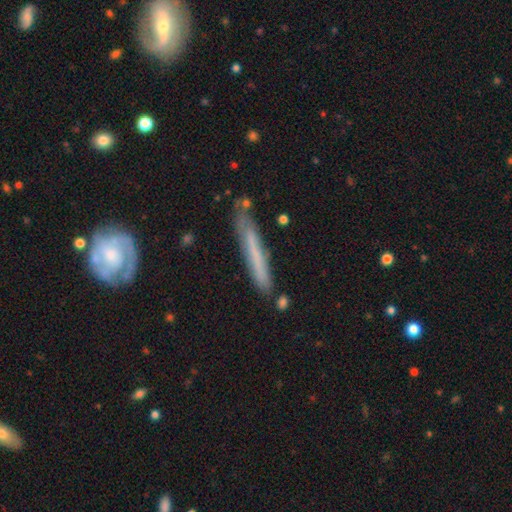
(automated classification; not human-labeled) Smooth or featured: smooth — 49% (featured or disk — 43%)
Merging: none — 75% (minor disturbance — 18%)